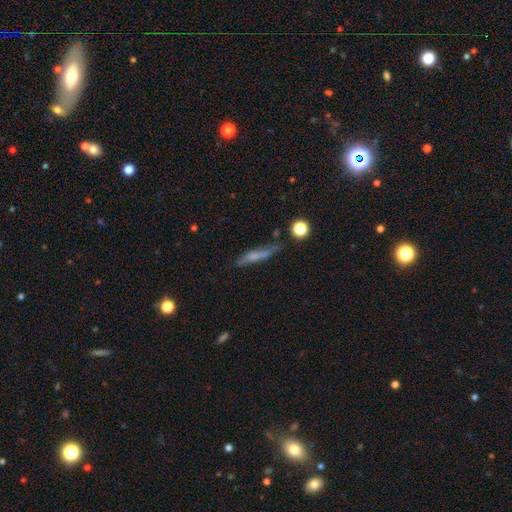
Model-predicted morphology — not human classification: smooth_or_featured: smooth (p=0.55) [alt: featured or disk p=0.35]
how_rounded: cigar-shaped (p=0.84) [alt: in between p=0.12]
merging: none (p=0.68) [alt: minor disturbance p=0.21]